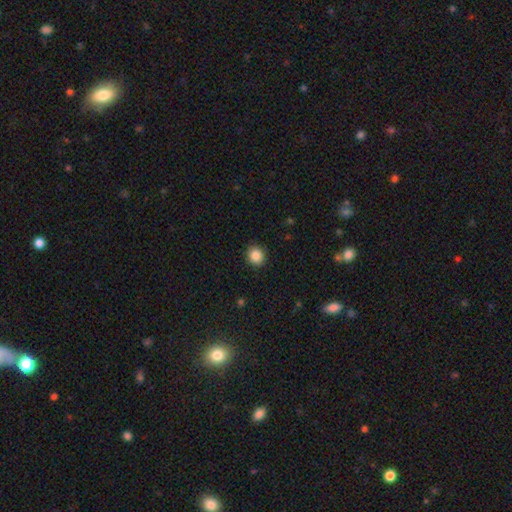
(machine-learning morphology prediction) Q: Smooth or featured?
A: smooth (87%); runner-up: star or artifact (9%)
Q: How rounded?
A: round (83%); runner-up: in between (16%)
Q: Merging?
A: none (91%); runner-up: minor disturbance (6%)